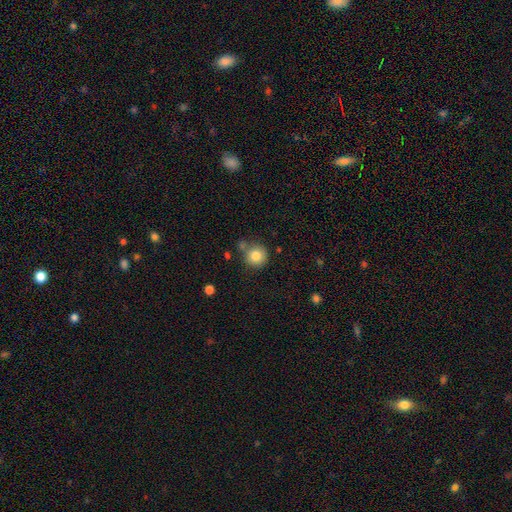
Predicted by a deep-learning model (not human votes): The model was most divided on "merging": none: 73%, minor disturbance: 12%, merger: 11%, major disturbance: 4%. More confident: how rounded — round (93%); smooth or featured — smooth (83%).